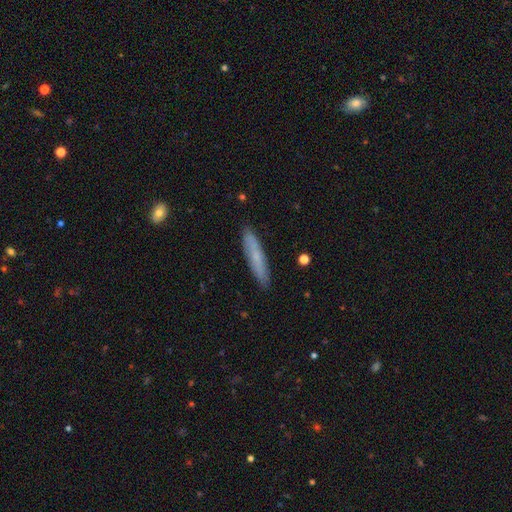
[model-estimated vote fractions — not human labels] Q: Smooth or featured?
A: smooth (61%); runner-up: featured or disk (32%)
Q: How rounded?
A: cigar-shaped (89%); runner-up: in between (10%)
Q: Merging?
A: none (89%); runner-up: minor disturbance (9%)